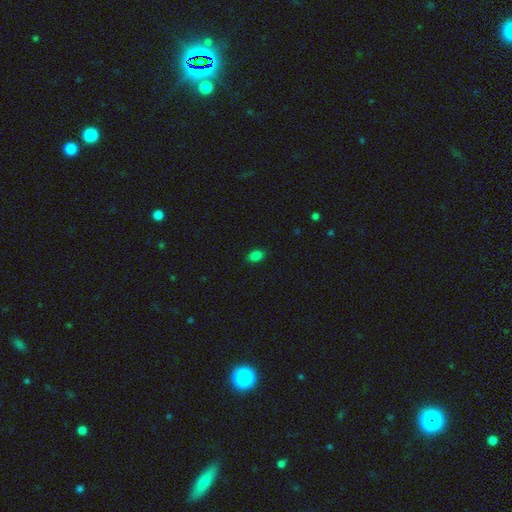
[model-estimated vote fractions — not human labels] Morphology: type=smooth (83%); roundness=in between (81%); merging=none (88%).